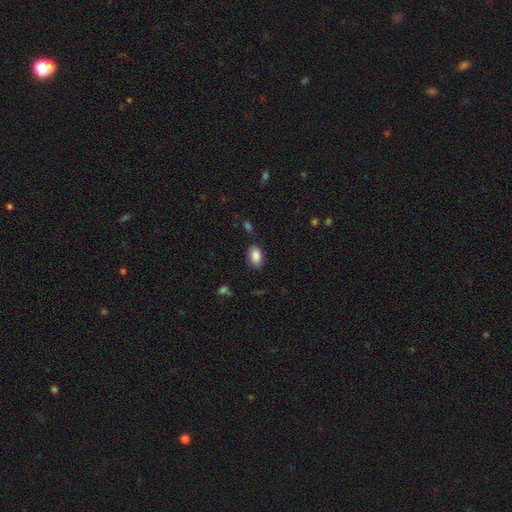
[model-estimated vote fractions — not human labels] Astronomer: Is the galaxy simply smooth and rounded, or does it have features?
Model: smooth — 87%.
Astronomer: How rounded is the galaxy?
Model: in between — 89%.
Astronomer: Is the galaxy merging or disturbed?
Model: none — 80%.